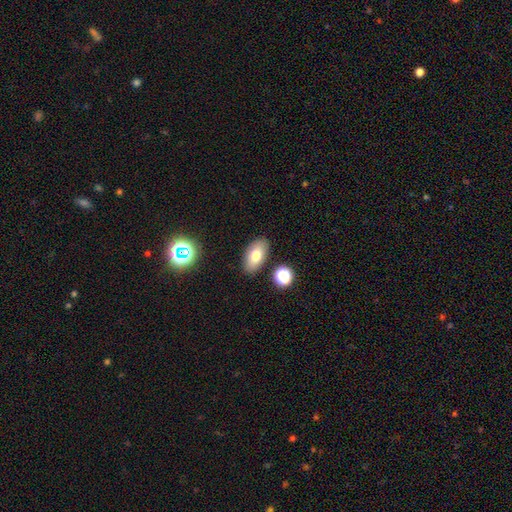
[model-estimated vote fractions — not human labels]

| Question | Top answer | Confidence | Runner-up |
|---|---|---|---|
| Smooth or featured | smooth | 75% | featured or disk (15%) |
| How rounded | in between | 91% | round (5%) |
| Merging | none | 85% | minor disturbance (9%) |